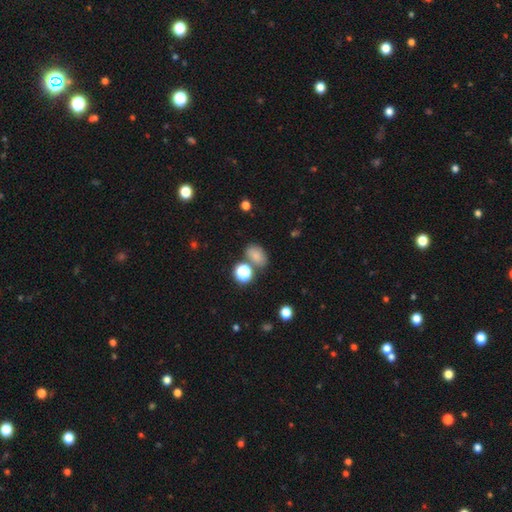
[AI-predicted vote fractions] This appears to be a smooth galaxy with no disk features (75%) that is in between round and cigar-shaped (79%). Merging: none (68%).